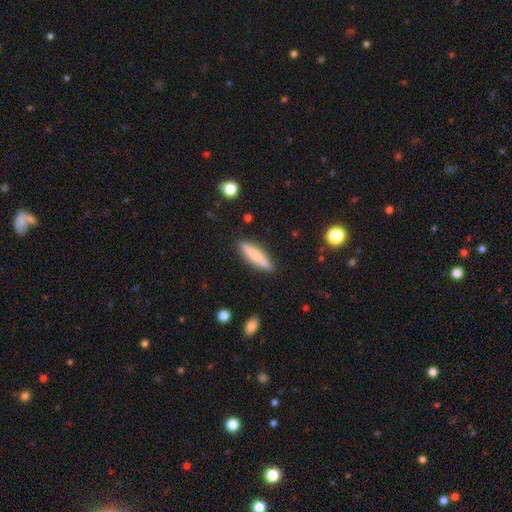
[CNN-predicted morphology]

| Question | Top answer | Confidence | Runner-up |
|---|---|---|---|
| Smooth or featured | smooth | 61% | featured or disk (33%) |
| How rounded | cigar-shaped | 79% | in between (20%) |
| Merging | none | 88% | minor disturbance (9%) |